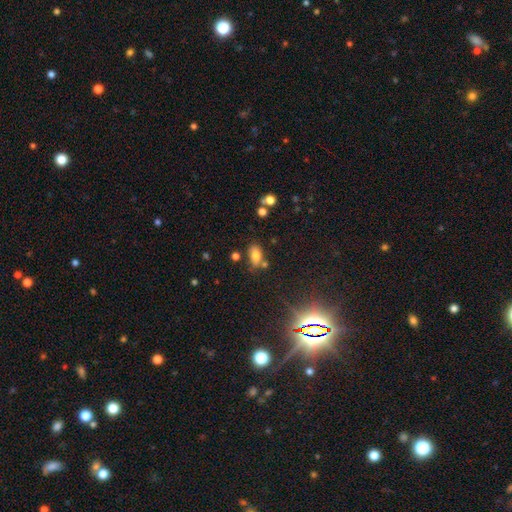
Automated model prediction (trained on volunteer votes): Smooth or featured?
  - smooth: 77% *
  - star or artifact: 13%
  - featured or disk: 10%
How rounded?
  - in between: 90% *
  - round: 6%
  - cigar-shaped: 4%
Merging?
  - none: 70% *
  - minor disturbance: 15%
  - merger: 11%
  - major disturbance: 4%